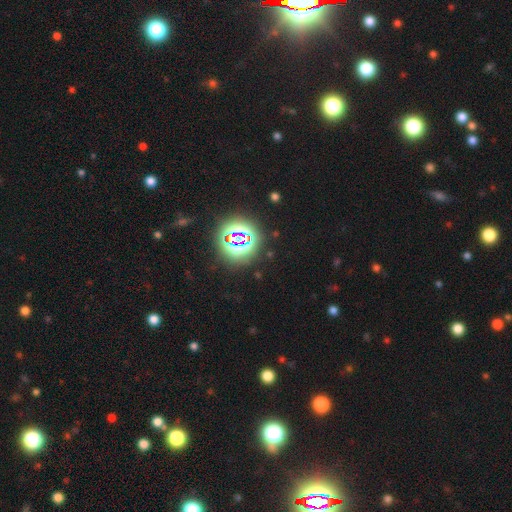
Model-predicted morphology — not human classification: A star or artifact, not a galaxy (80%).